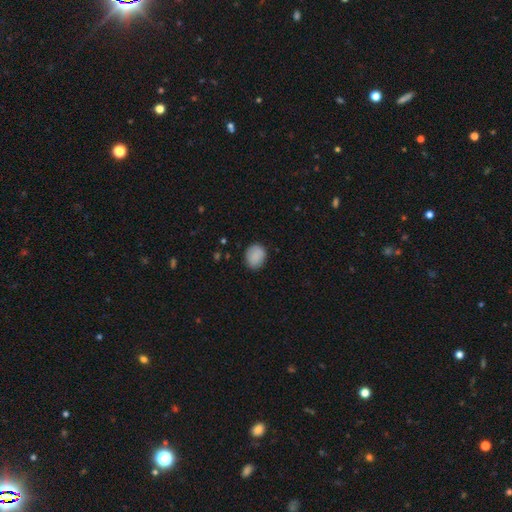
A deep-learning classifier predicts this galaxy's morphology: type=smooth (87%); roundness=round (62%); merging=none (83%).